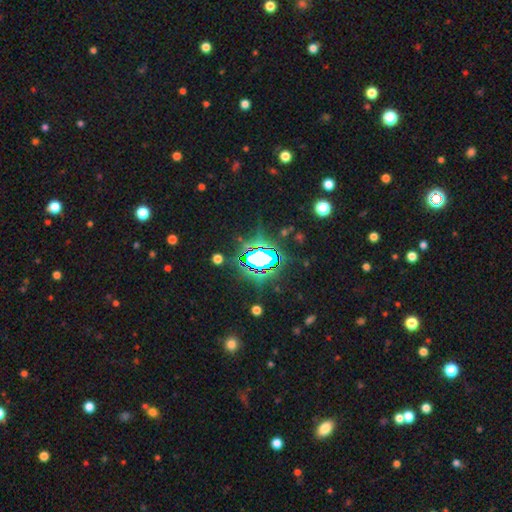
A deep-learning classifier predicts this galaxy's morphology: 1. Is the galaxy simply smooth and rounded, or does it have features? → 73% star or artifact, 15% smooth, 12% featured or disk.